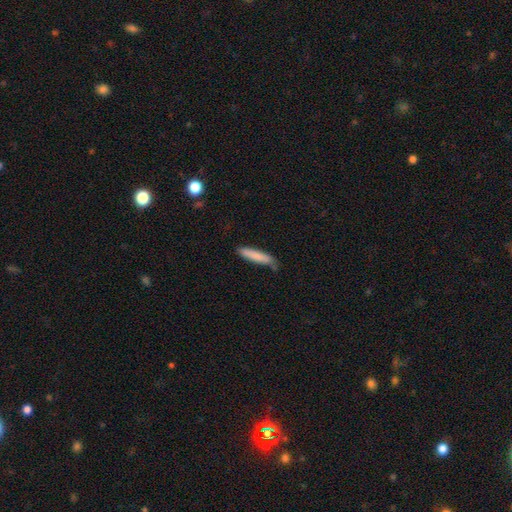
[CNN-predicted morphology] Q: Smooth or featured?
A: smooth (82%); runner-up: featured or disk (12%)
Q: How rounded?
A: cigar-shaped (88%); runner-up: in between (10%)
Q: Merging?
A: none (71%); runner-up: minor disturbance (23%)